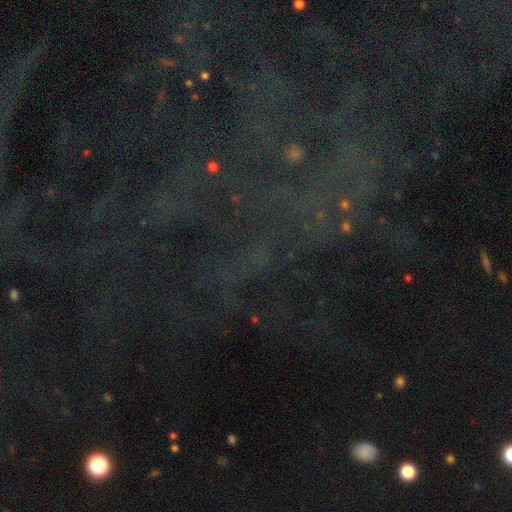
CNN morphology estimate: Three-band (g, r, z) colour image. It shows a star or artifact, not a galaxy (75%).